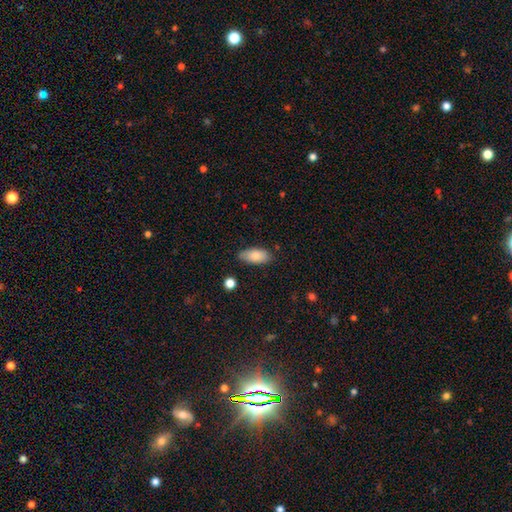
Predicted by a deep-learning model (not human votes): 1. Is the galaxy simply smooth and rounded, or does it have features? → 82% smooth, 11% featured or disk, 7% star or artifact.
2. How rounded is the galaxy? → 88% in between, 10% cigar-shaped, 3% round.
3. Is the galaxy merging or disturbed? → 80% none, 16% minor disturbance, 3% major disturbance, 2% merger.